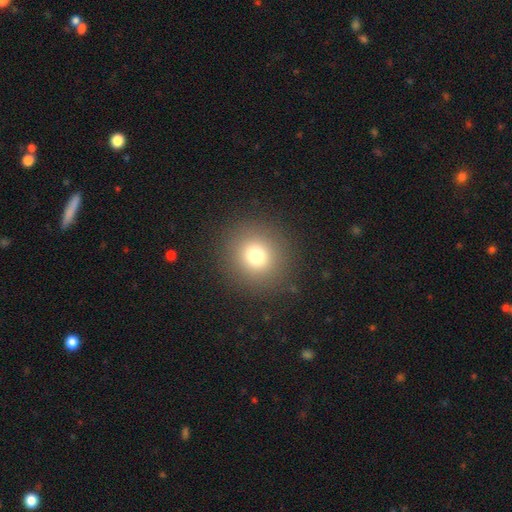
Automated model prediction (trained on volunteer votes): Smooth or featured? smooth (74%)
How rounded? round (91%)
Merging? none (89%)